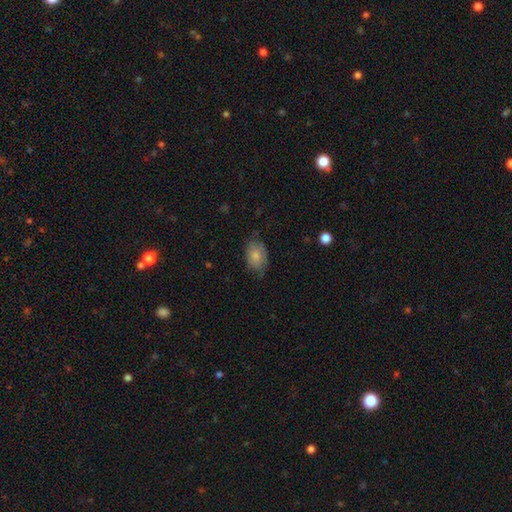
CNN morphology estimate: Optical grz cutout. It shows a smooth galaxy with no disk features (78%) that is in between round and cigar-shaped (86%). Merging: none (61%).